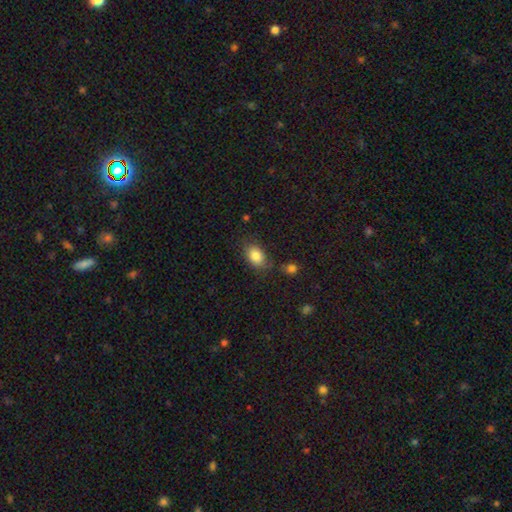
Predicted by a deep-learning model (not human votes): Overall: smooth (84%). How rounded: in between (81%). Merging: none (73%).